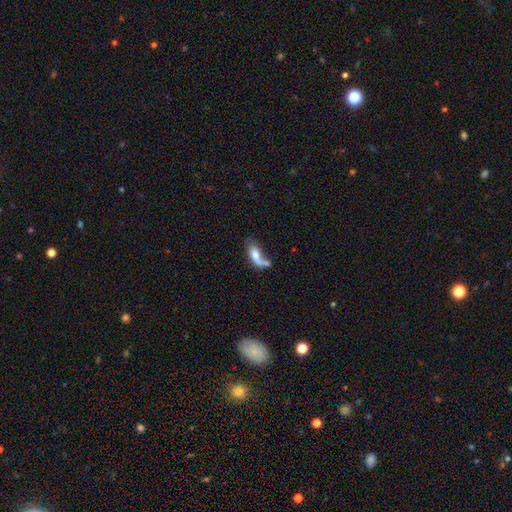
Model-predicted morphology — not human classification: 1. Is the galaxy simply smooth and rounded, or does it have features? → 64% smooth, 27% featured or disk, 8% star or artifact.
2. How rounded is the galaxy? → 73% in between, 21% cigar-shaped, 6% round.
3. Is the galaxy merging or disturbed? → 43% merger, 23% none, 19% major disturbance, 15% minor disturbance.